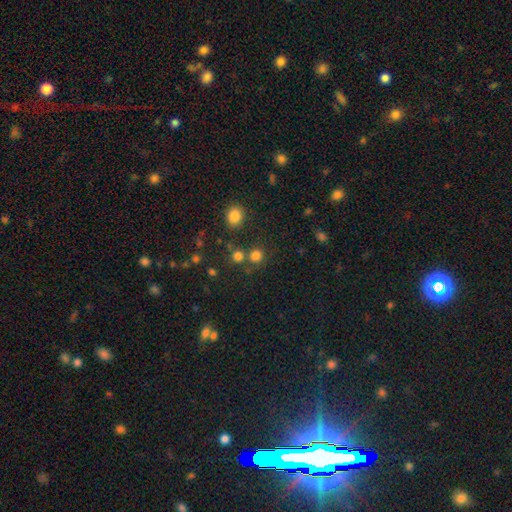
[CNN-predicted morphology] Smooth or featured: smooth — 78% (star or artifact — 17%)
How rounded: round — 88% (in between — 11%)
Merging: none — 70% (merger — 19%)